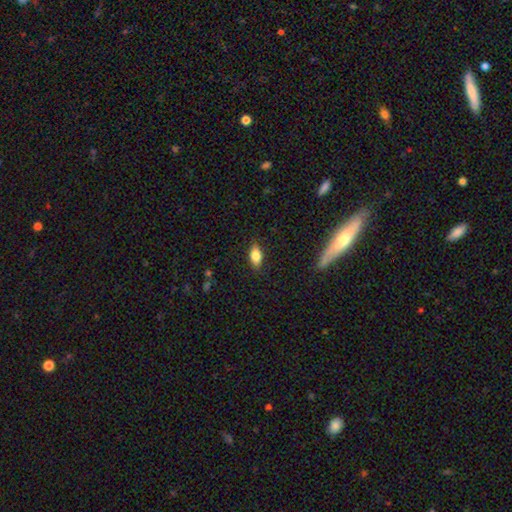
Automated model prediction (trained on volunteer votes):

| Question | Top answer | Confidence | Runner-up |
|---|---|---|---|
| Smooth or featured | smooth | 78% | featured or disk (14%) |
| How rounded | in between | 85% | cigar-shaped (10%) |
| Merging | none | 86% | minor disturbance (10%) |